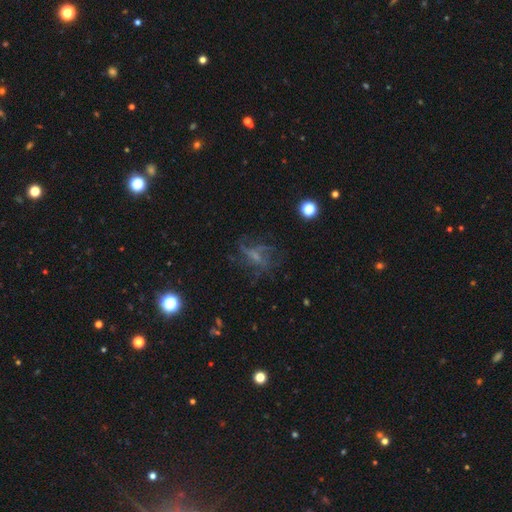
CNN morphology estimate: type=featured or disk (58%); edge-on=no (94%); bar=no (58%); spiral arms=yes (63%); bulge=small (40%); merging=none (55%).